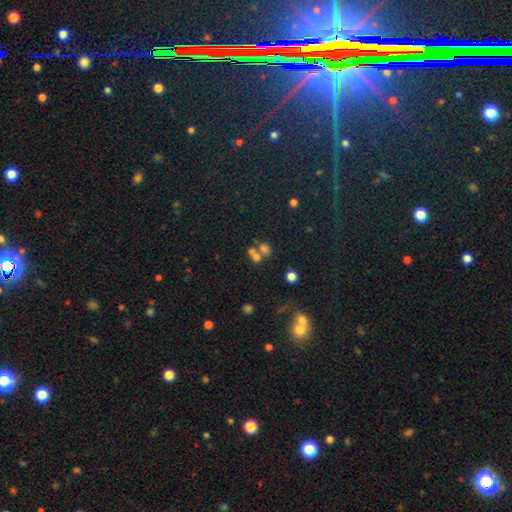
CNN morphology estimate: This is possibly a smooth galaxy (58%). How rounded: possibly round (52%). Merging: possibly merger (56%).